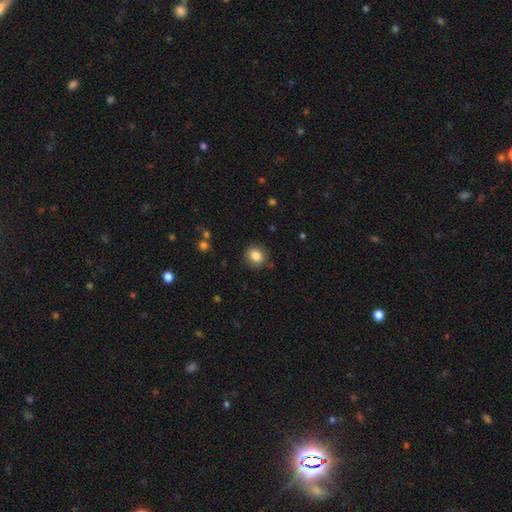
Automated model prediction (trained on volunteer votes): Smooth or featured? Predicted: smooth (p=0.84). How rounded? Predicted: round (p=0.81). Merging? Predicted: none (p=0.88).